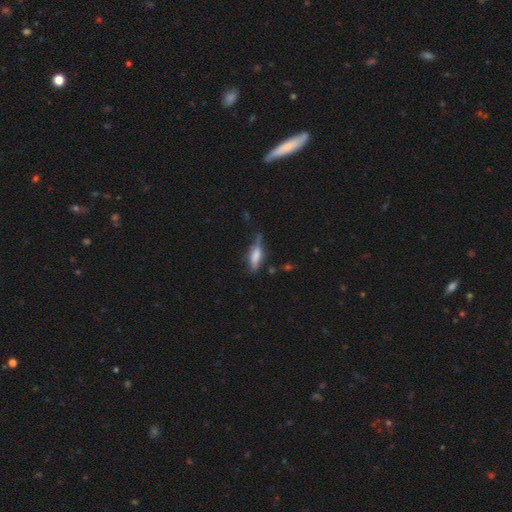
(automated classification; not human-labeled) Smooth or featured? Predicted: smooth (p=0.58). How rounded? Predicted: cigar-shaped (p=0.51). Merging? Predicted: none (p=0.56).